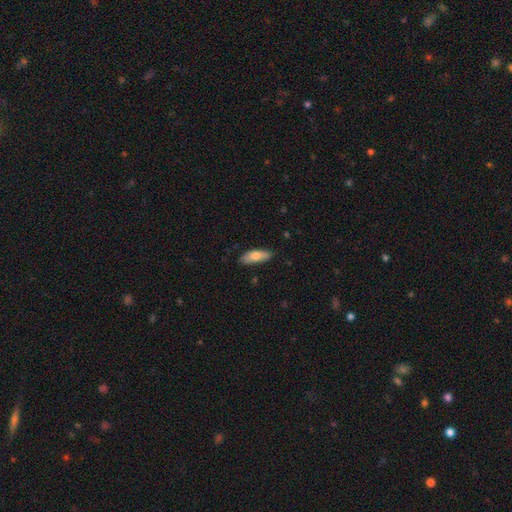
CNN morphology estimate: The model was most divided on "how rounded": in between: 70%, cigar-shaped: 27%, round: 2%. More confident: merging — none (82%); smooth or featured — smooth (70%).